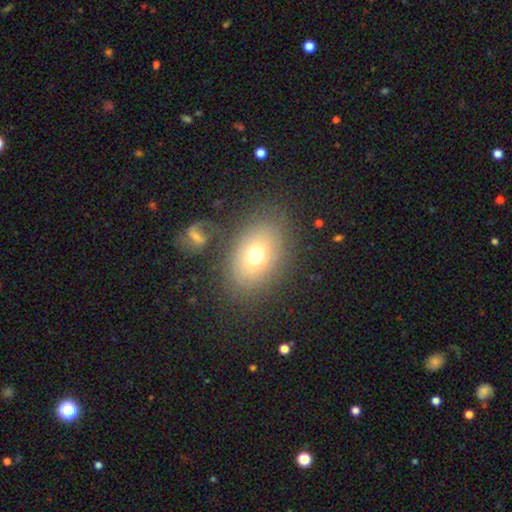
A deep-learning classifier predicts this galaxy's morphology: Smooth or featured? smooth (60%)
How rounded? in between (78%)
Merging? none (74%)